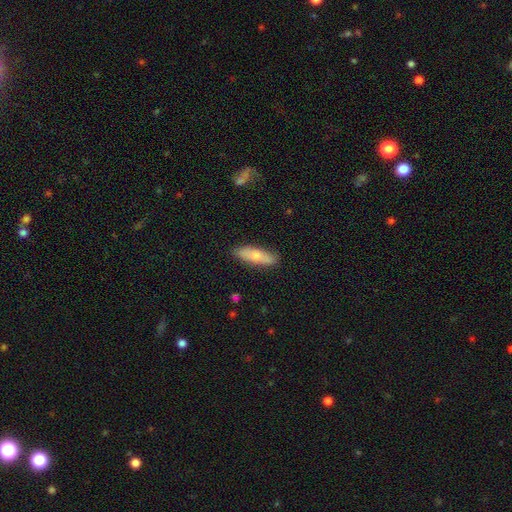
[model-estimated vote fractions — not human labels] Smooth or featured? smooth (71%)
How rounded? cigar-shaped (50%)
Merging? none (85%)